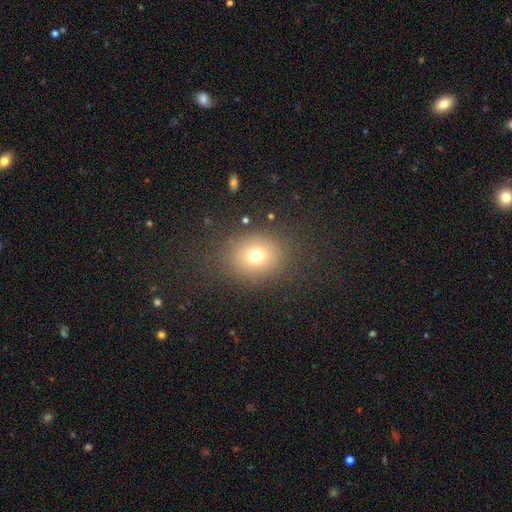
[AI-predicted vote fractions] smooth 72%, star or artifact 16%, featured or disk 12%. Down the decision tree: how rounded — round (68%); merging — none (83%).